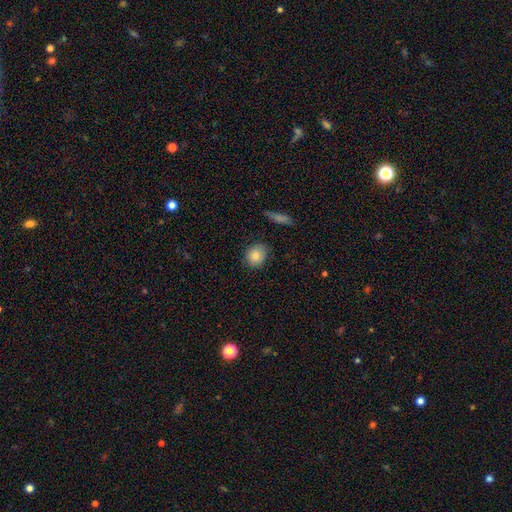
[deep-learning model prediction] smooth 83%, featured or disk 9%, star or artifact 8%. Down the decision tree: how rounded — round (66%); merging — none (85%).